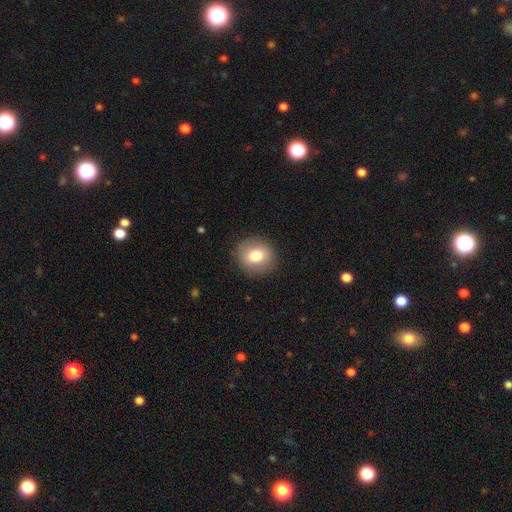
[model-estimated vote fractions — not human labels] smooth-or-featured: smooth: 77% | featured or disk: 14% | star or artifact: 9%
  how-rounded: round: 77% | in between: 22% | cigar-shaped: 1%
  merging: none: 89% | minor disturbance: 8% | major disturbance: 3% | merger: 1%